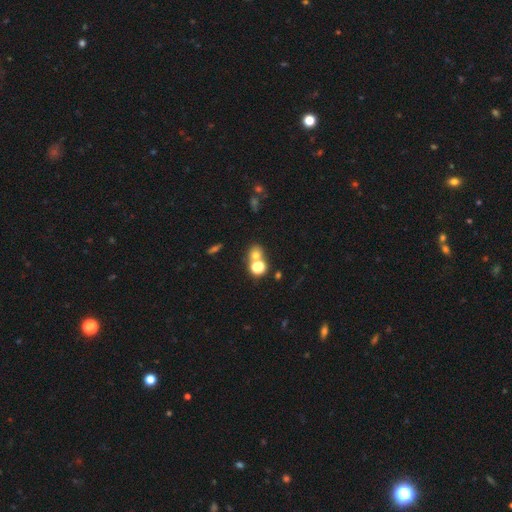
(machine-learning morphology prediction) Smooth or featured? smooth (65%)
How rounded? round (75%)
Merging? none (50%)